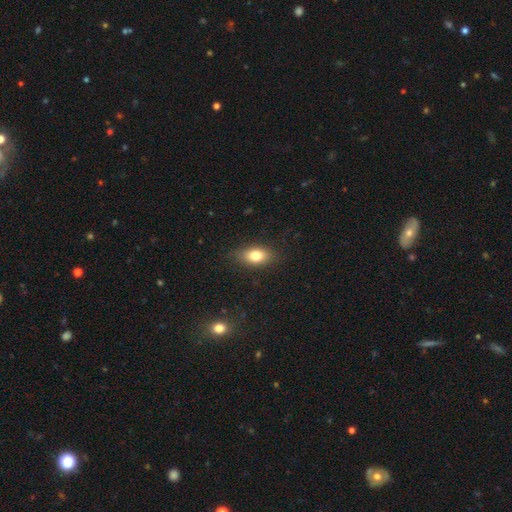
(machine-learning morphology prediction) Overall: smooth (78%). How rounded: in between (82%). Merging: none (83%).